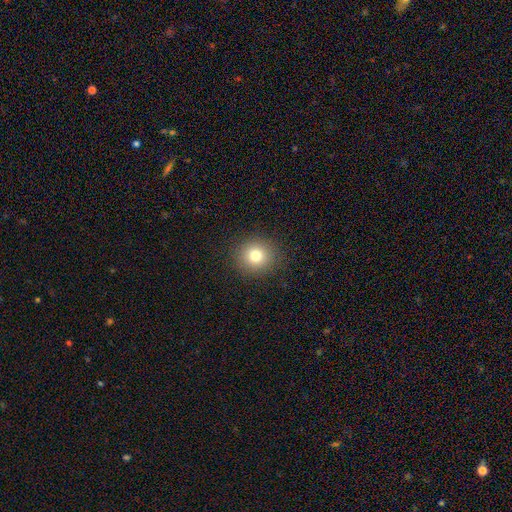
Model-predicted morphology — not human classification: Smooth or featured: smooth — 78% (star or artifact — 13%)
How rounded: round — 89% (in between — 10%)
Merging: none — 90% (minor disturbance — 7%)